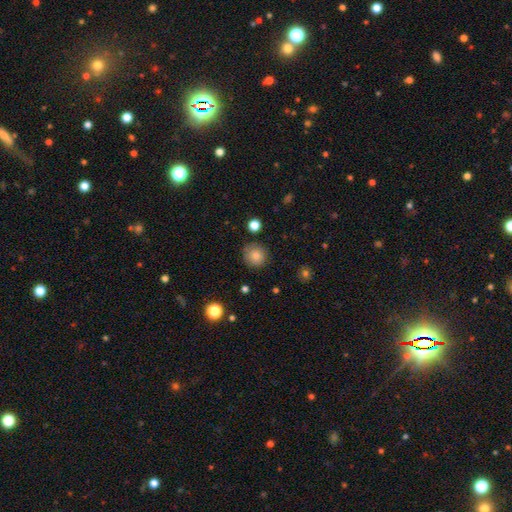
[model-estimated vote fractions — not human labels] This appears to be a smooth galaxy with no disk features (83%) that is round (91%). Merging: none (84%).